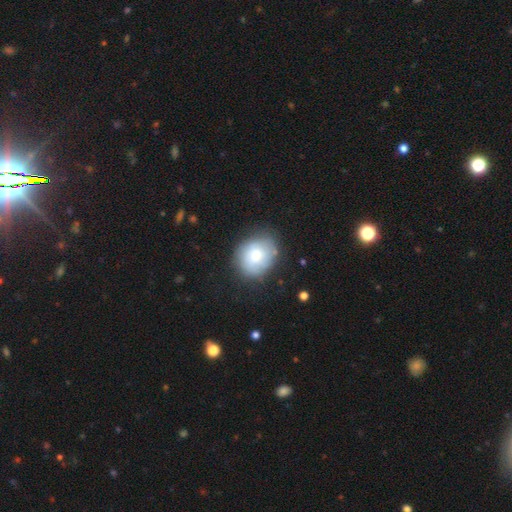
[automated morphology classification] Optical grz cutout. It shows a smooth galaxy with no disk features (73%) that is round (52%). Merging: none (71%).